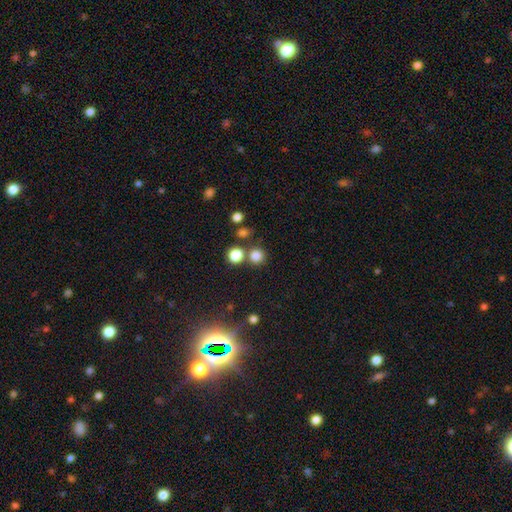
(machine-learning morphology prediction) type=smooth (79%); roundness=round (91%); merging=none (73%).